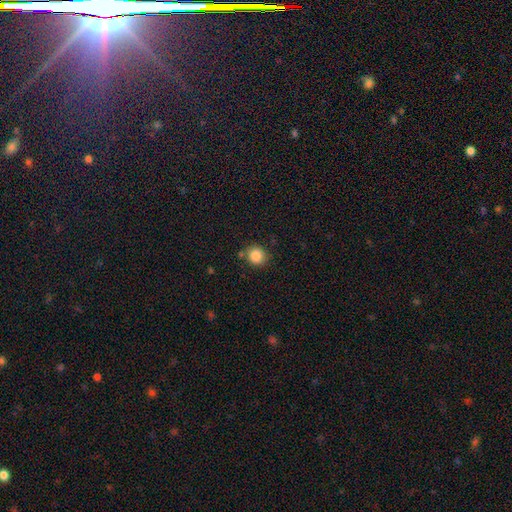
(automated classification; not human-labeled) Smooth or featured?
  - smooth: 86% *
  - star or artifact: 10%
  - featured or disk: 4%
How rounded?
  - round: 88% *
  - in between: 11%
  - cigar-shaped: 1%
Merging?
  - none: 79% *
  - minor disturbance: 11%
  - merger: 6%
  - major disturbance: 3%